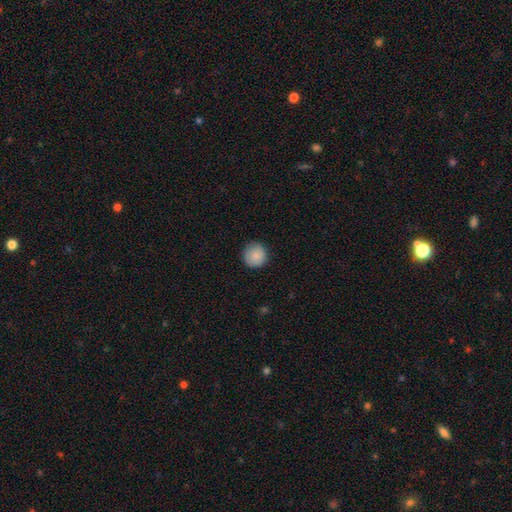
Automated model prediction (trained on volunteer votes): Smooth or featured?
  - smooth: 87% *
  - star or artifact: 8%
  - featured or disk: 6%
How rounded?
  - round: 93% *
  - in between: 6%
  - cigar-shaped: 1%
Merging?
  - none: 88% *
  - minor disturbance: 9%
  - major disturbance: 2%
  - merger: 1%